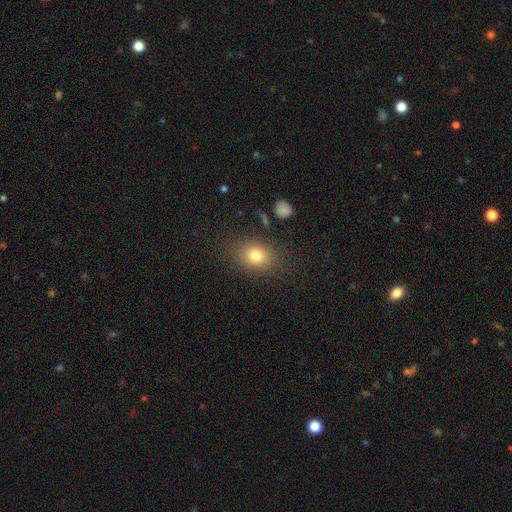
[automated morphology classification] Smooth or featured?
  - smooth: 79% *
  - star or artifact: 12%
  - featured or disk: 10%
How rounded?
  - in between: 56% *
  - round: 43%
  - cigar-shaped: 1%
Merging?
  - none: 83% *
  - minor disturbance: 11%
  - major disturbance: 4%
  - merger: 2%